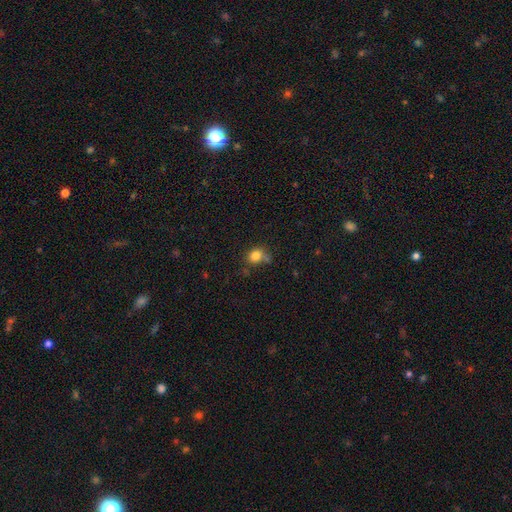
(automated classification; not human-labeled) Smooth or featured? smooth (81%)
How rounded? round (67%)
Merging? none (58%)